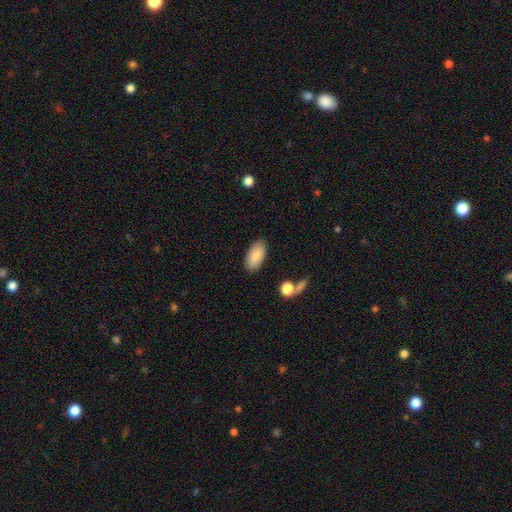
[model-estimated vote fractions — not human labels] Smooth or featured? Predicted: smooth (p=0.85). How rounded? Predicted: in between (p=0.94). Merging? Predicted: none (p=0.86).